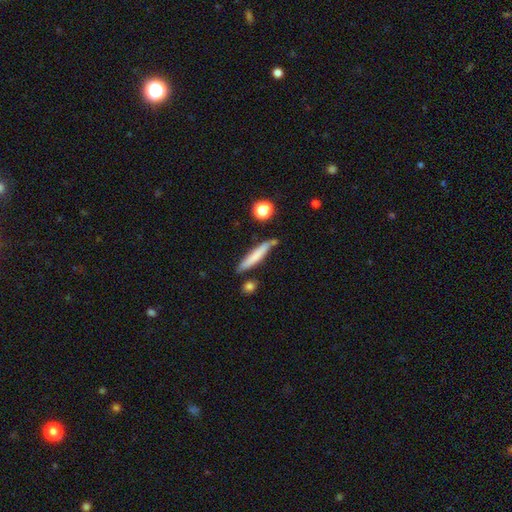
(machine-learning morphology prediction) Smooth or featured? smooth (69%)
How rounded? cigar-shaped (92%)
Merging? none (75%)